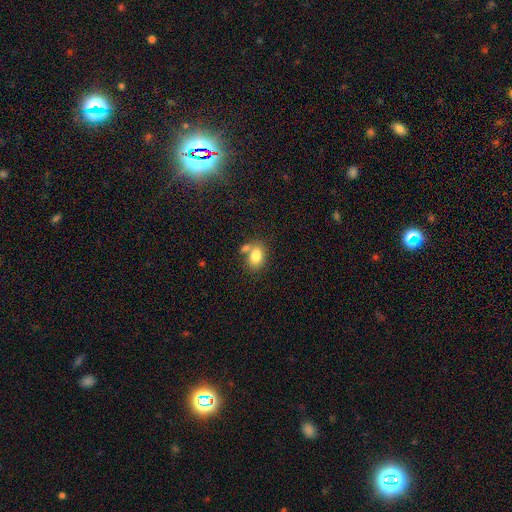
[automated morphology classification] Smooth or featured: smooth — 81% (featured or disk — 11%)
How rounded: in between — 76% (round — 23%)
Merging: none — 52% (merger — 30%)